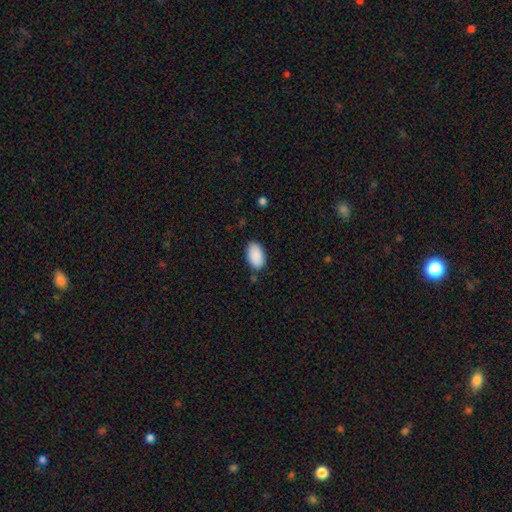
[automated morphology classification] smooth 90%, star or artifact 6%, featured or disk 3%. Down the decision tree: how rounded — in between (95%); merging — none (83%).